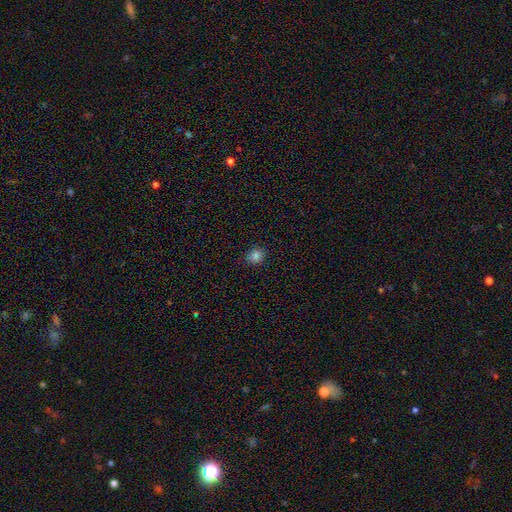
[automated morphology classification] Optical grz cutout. It shows a smooth galaxy with no disk features (82%) that is round (69%). Merging: none (89%).